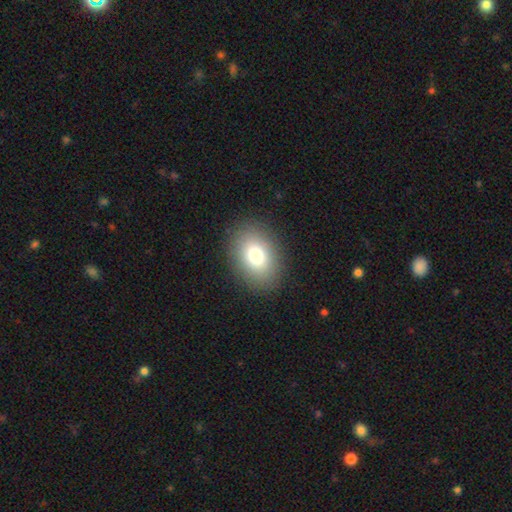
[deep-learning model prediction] Smooth or featured? smooth (78%)
How rounded? in between (73%)
Merging? none (88%)